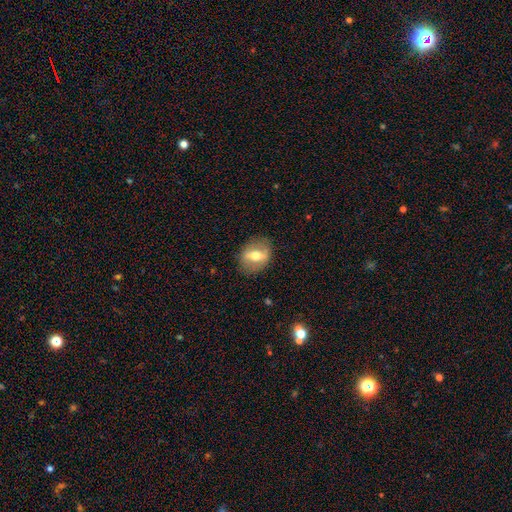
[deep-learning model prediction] Smooth or featured? Predicted: featured or disk (p=0.50). Edge-on disk? Predicted: no (p=0.77). Merging? Predicted: none (p=0.83).